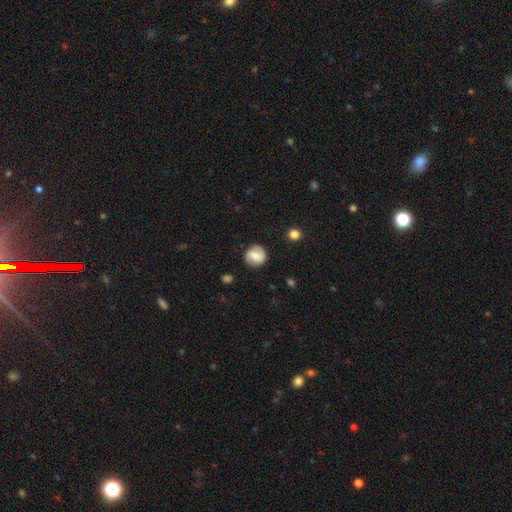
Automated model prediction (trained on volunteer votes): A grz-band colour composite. It shows a featured or disk galaxy (51%). Merging: none (84%).